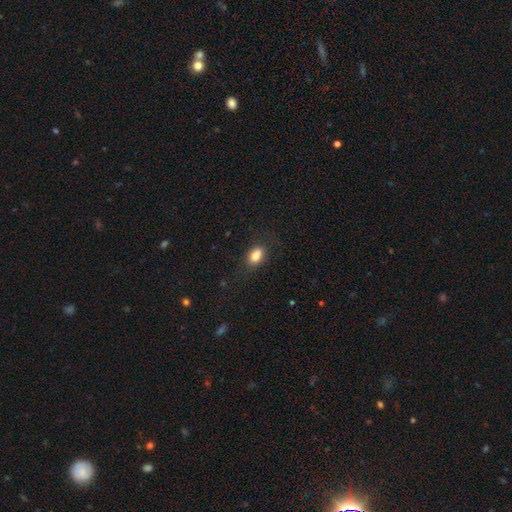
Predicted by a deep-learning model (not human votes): smooth 82%, star or artifact 9%, featured or disk 9%. Down the decision tree: how rounded — in between (81%); merging — none (76%).